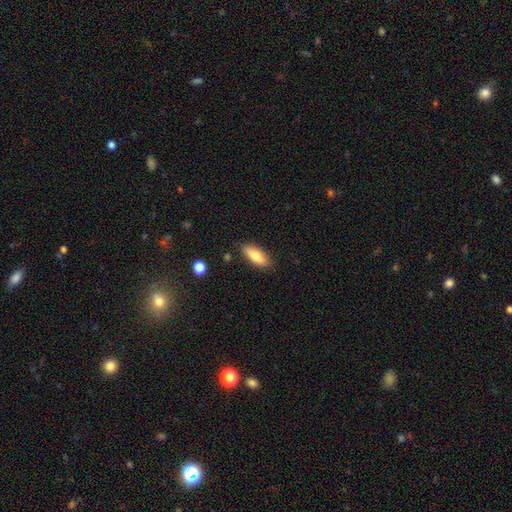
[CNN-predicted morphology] A smooth galaxy with no disk features (78%) that is in between round and cigar-shaped (70%). Merging: none (84%).